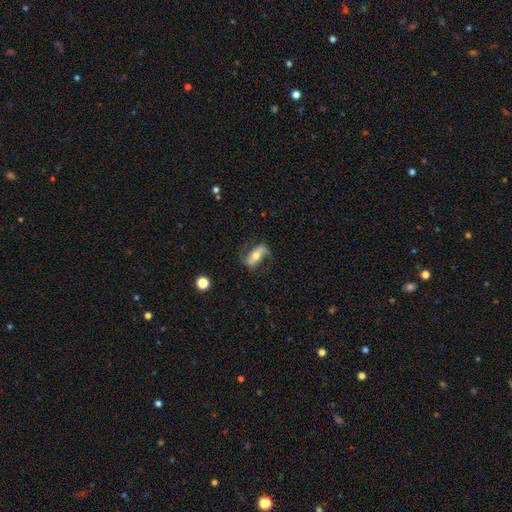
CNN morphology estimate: A featured or disk galaxy (72%) with a strong bar (40%), 2 (87%) loose (55%) spiral arms (88%) and a moderate central bulge (69%).

Vote fractions:
- Smooth or featured? featured or disk: 72% / smooth: 21% / star or artifact: 7%
- Edge-on disk? no: 92% / yes: 8%
- Bar? strong: 40% / no: 32% / weak: 28%
- Spiral arms? yes: 88% / no: 12%
- Spiral winding? loose: 55% / medium: 33% / tight: 12%
- Spiral arm count? 2: 87% / 1: 6% / can't tell: 4% / 3: 1% / 4: 1% / more than 4: 1%
- Bulge size? moderate: 69% / small: 20% / large: 9% / dominant: 1% / none: 1%
- Merging? none: 67% / minor disturbance: 18% / major disturbance: 13% / merger: 2%